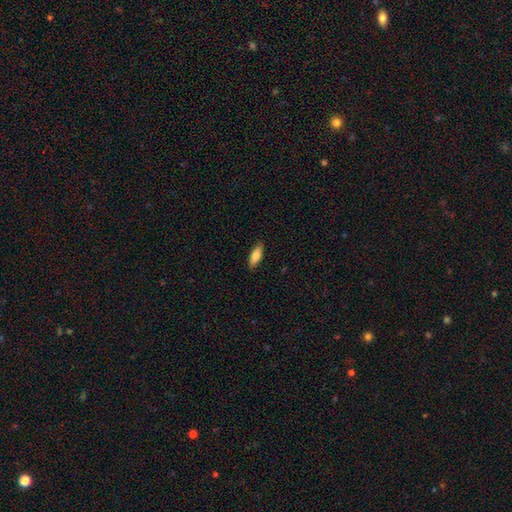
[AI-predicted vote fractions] smooth_or_featured: smooth (p=0.75) [alt: featured or disk p=0.19]
how_rounded: in between (p=0.54) [alt: cigar-shaped p=0.44]
merging: none (p=0.88) [alt: minor disturbance p=0.09]